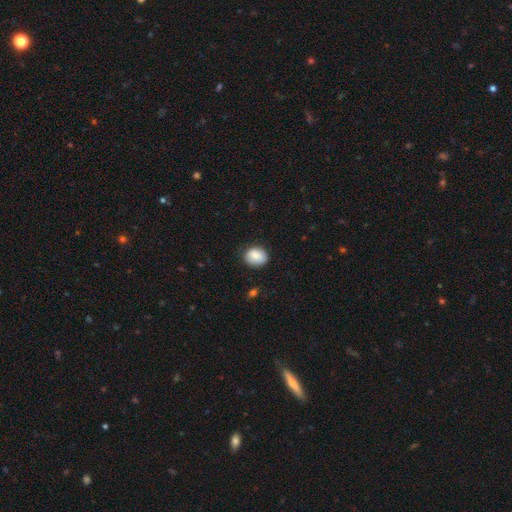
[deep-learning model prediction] smooth 85%, featured or disk 8%, star or artifact 8%. Down the decision tree: how rounded — round (53%); merging — none (80%).